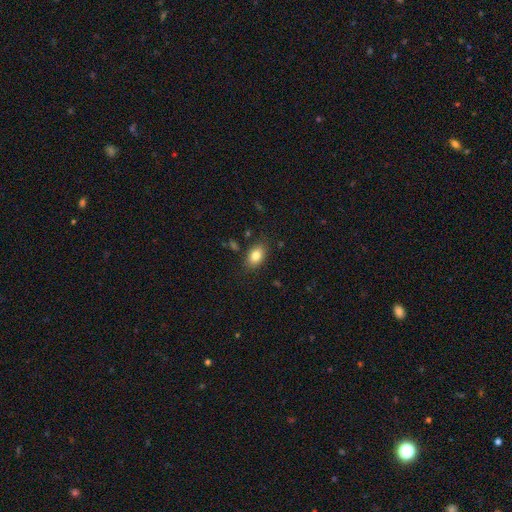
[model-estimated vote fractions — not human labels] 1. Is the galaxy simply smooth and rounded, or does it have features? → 83% smooth, 9% star or artifact, 8% featured or disk.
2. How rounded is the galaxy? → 83% in between, 16% round, 1% cigar-shaped.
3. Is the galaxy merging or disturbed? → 83% none, 12% minor disturbance, 3% major disturbance, 2% merger.